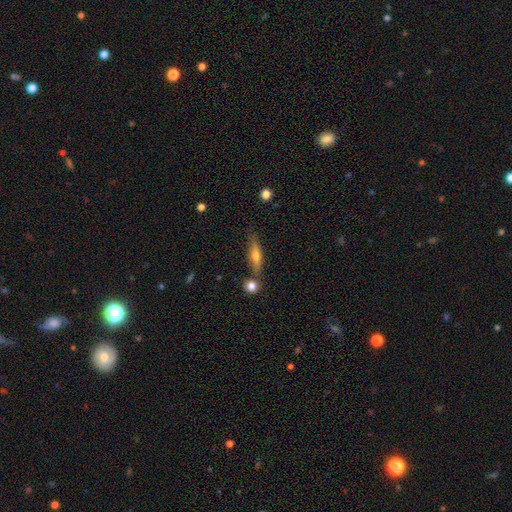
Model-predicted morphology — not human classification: Smooth or featured?
  - smooth: 47% *
  - featured or disk: 46%
  - star or artifact: 8%
Merging?
  - none: 74% *
  - minor disturbance: 13%
  - merger: 10%
  - major disturbance: 3%